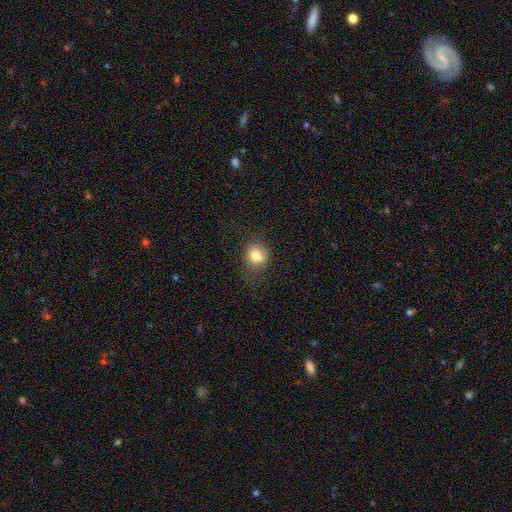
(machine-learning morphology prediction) smooth_or_featured: smooth (p=0.76) [alt: featured or disk p=0.12]
how_rounded: round (p=0.69) [alt: in between p=0.29]
merging: none (p=0.63) [alt: minor disturbance p=0.22]